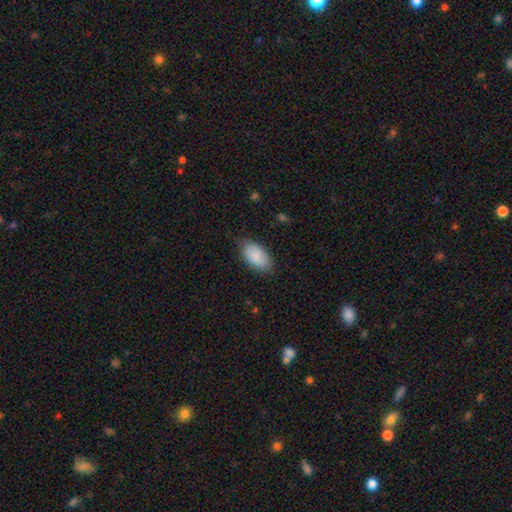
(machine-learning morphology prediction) The model was most divided on "merging": none: 79%, minor disturbance: 17%, major disturbance: 3%, merger: 1%. More confident: how rounded — in between (95%); smooth or featured — smooth (87%).